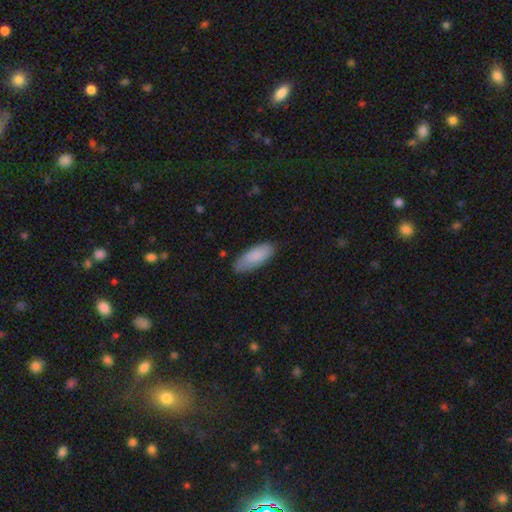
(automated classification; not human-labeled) smooth_or_featured: smooth (p=0.87) [alt: featured or disk p=0.08]
how_rounded: in between (p=0.75) [alt: cigar-shaped p=0.23]
merging: none (p=0.80) [alt: minor disturbance p=0.16]